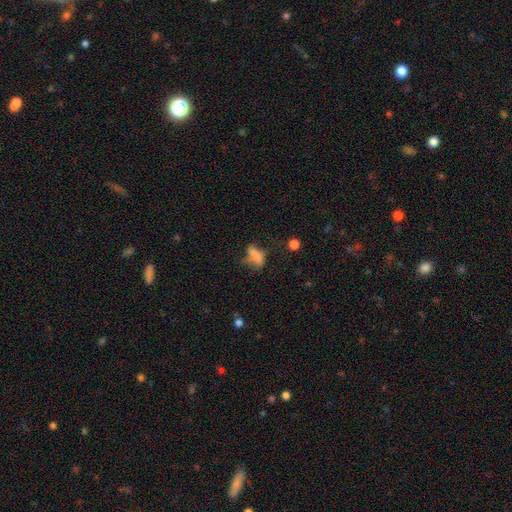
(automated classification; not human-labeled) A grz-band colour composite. It shows a smooth galaxy with no disk features (63%) that is in between round and cigar-shaped (77%). Merging: major disturbance (35%).